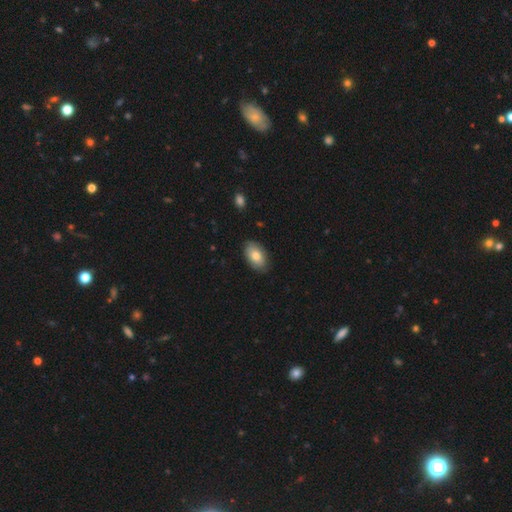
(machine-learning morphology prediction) Smooth or featured? smooth (79%)
How rounded? in between (93%)
Merging? none (85%)